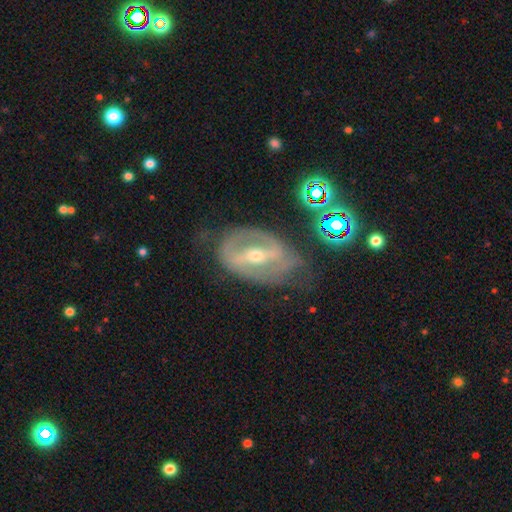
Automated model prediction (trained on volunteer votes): Smooth or featured? Predicted: featured or disk (p=0.83). Edge-on disk? Predicted: no (p=0.94). Bar? Predicted: strong (p=0.65). Spiral arms? Predicted: yes (p=0.75). Spiral winding? Predicted: medium (p=0.43). Spiral arm count? Predicted: 2 (p=0.74). Bulge size? Predicted: small (p=0.51). Merging? Predicted: none (p=0.56).